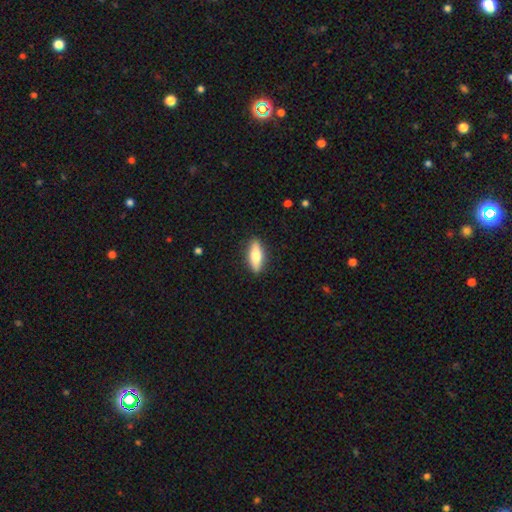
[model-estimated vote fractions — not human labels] Morphology: type=smooth (66%); roundness=in between (60%); merging=none (89%).